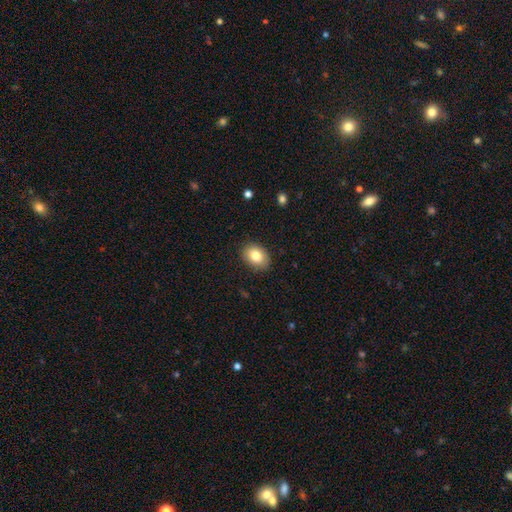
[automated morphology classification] smooth_or_featured: smooth (p=0.83) [alt: featured or disk p=0.09]
how_rounded: in between (p=0.70) [alt: round p=0.29]
merging: none (p=0.87) [alt: minor disturbance p=0.09]